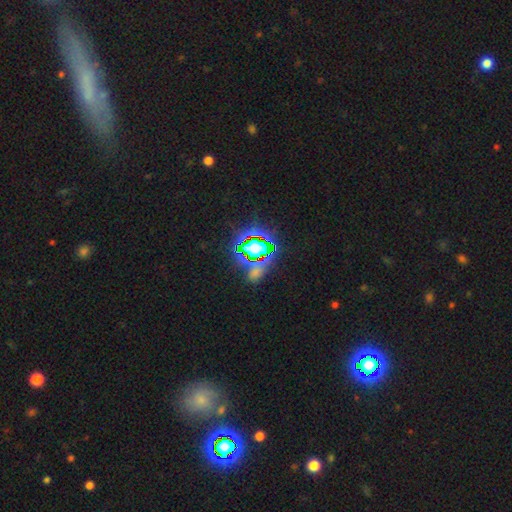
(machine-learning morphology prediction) Overall: star or artifact (79%).